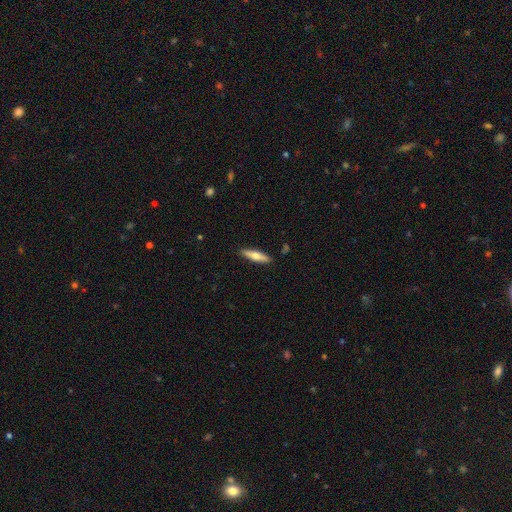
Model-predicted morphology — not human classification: Smooth or featured? smooth (58%)
How rounded? cigar-shaped (75%)
Merging? none (89%)